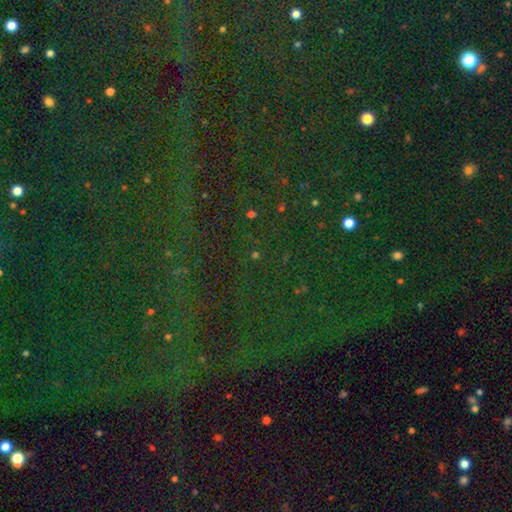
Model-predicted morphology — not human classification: This is likely a star or artifact rather than a galaxy (80%).